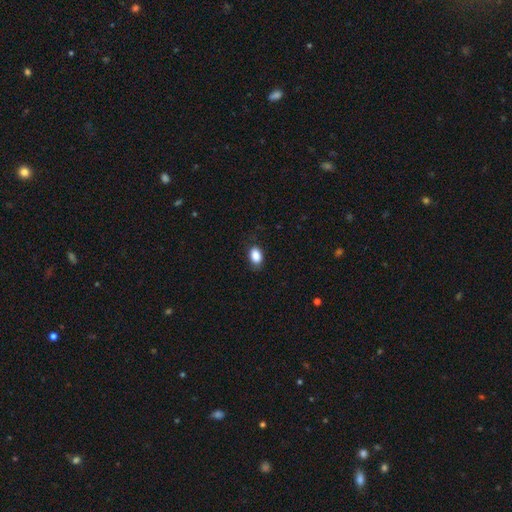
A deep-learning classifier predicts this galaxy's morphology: The model was most divided on "merging": none: 80%, minor disturbance: 15%, major disturbance: 4%, merger: 1%. More confident: smooth or featured — smooth (87%); how rounded — in between (85%).